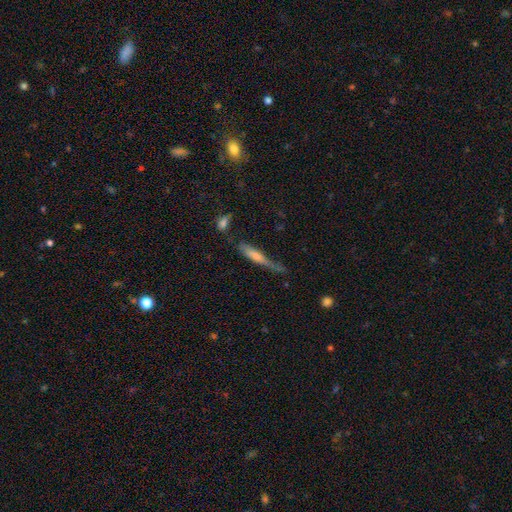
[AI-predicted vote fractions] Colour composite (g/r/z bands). It shows a smooth galaxy with no disk features (49%). Merging: none (48%).